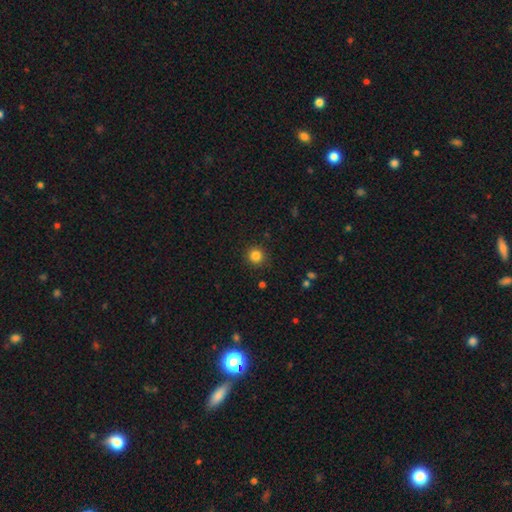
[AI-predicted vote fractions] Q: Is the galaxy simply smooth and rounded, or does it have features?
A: smooth — 83%.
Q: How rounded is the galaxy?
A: round — 95%.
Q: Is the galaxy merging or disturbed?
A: none — 90%.